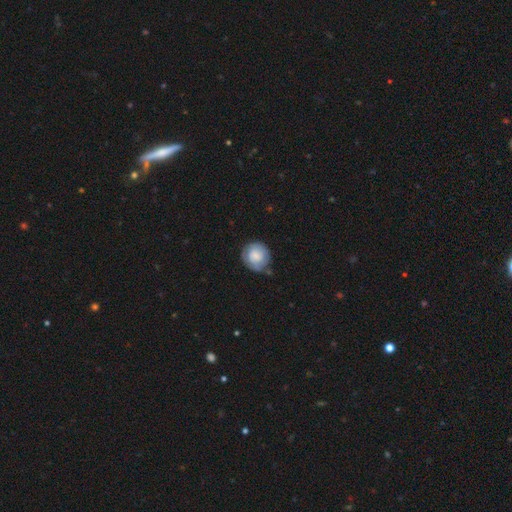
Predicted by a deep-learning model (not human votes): Smooth or featured? Predicted: smooth (p=0.57). How rounded? Predicted: round (p=0.86). Merging? Predicted: none (p=0.63).